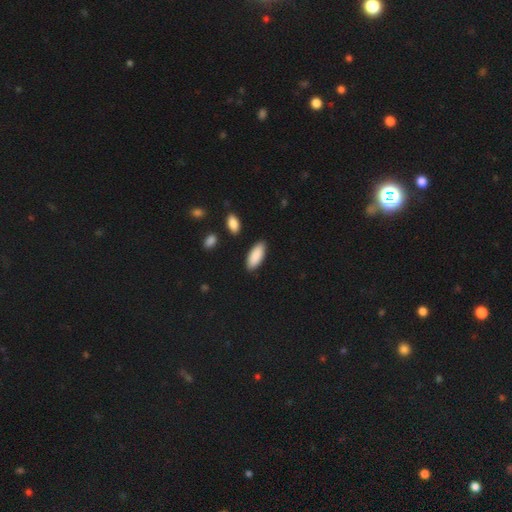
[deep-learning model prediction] The model was most divided on "how rounded": in between: 81%, cigar-shaped: 17%, round: 2%. More confident: smooth or featured — smooth (90%); merging — none (87%).